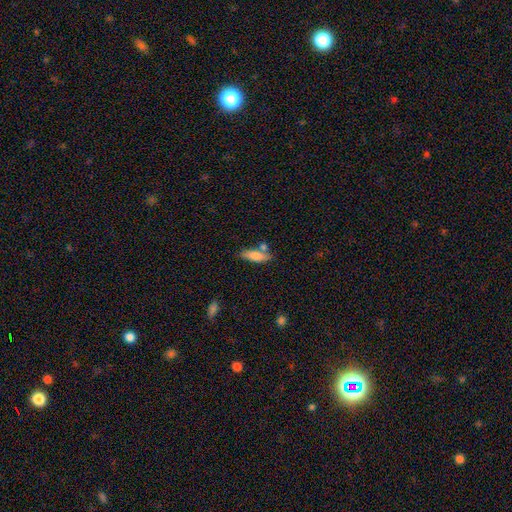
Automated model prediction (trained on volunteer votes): Smooth or featured? Predicted: smooth (p=0.76). How rounded? Predicted: in between (p=0.52). Merging? Predicted: none (p=0.67).